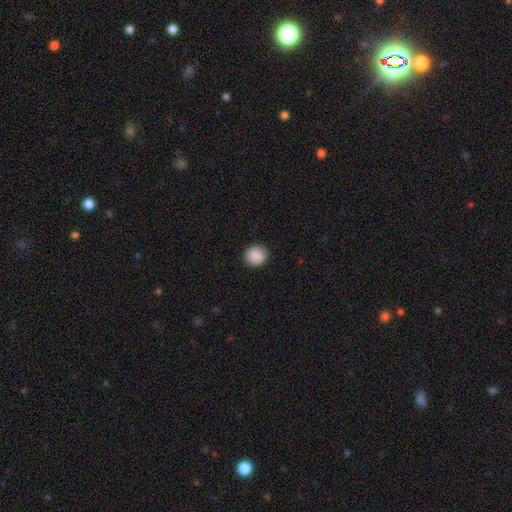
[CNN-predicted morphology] This appears to be a smooth galaxy with no disk features (89%) that is round (79%). Merging: none (89%).